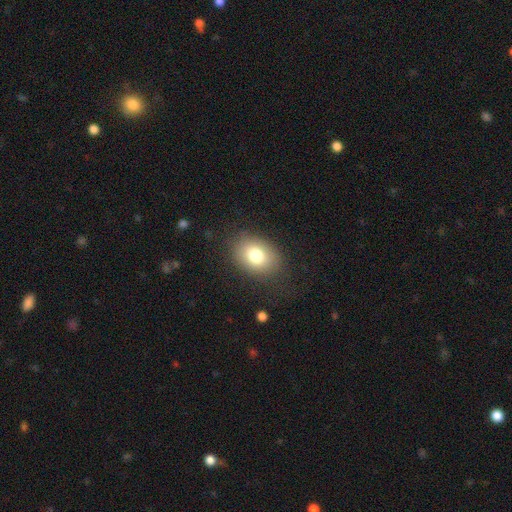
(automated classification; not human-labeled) smooth_or_featured: smooth (p=0.78) [alt: featured or disk p=0.12]
how_rounded: in between (p=0.68) [alt: round p=0.31]
merging: none (p=0.82) [alt: minor disturbance p=0.12]